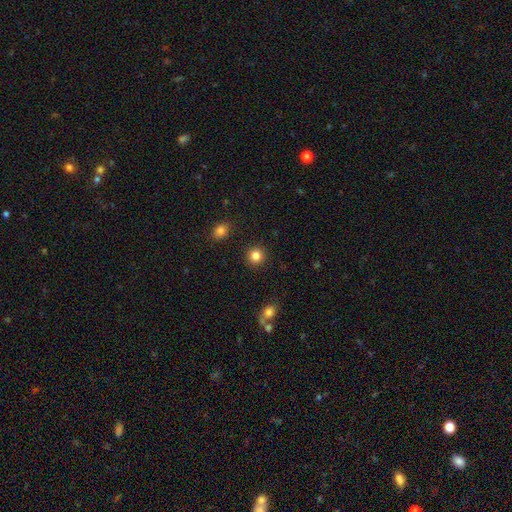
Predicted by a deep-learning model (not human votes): smooth_or_featured: smooth (p=0.85) [alt: star or artifact p=0.11]
how_rounded: round (p=0.93) [alt: in between p=0.06]
merging: none (p=0.92) [alt: minor disturbance p=0.05]